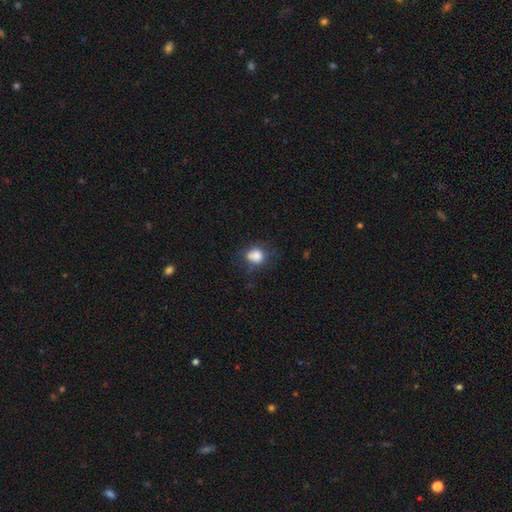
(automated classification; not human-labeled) smooth_or_featured: smooth (p=0.83) [alt: star or artifact p=0.10]
how_rounded: round (p=0.63) [alt: in between p=0.36]
merging: none (p=0.60) [alt: minor disturbance p=0.25]